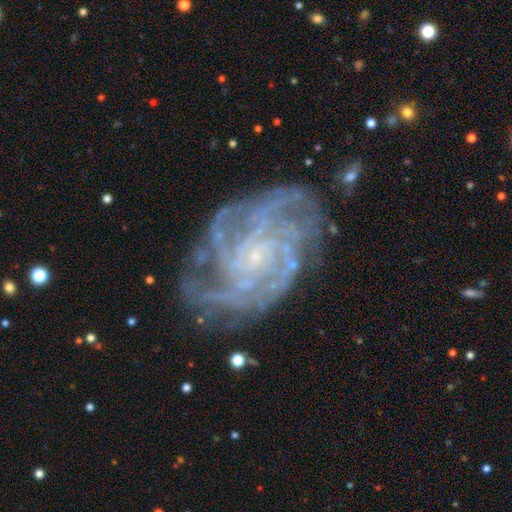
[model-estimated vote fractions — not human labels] smooth_or_featured: featured or disk (p=0.89) [alt: star or artifact p=0.06]
disk_edge_on: no (p=0.98) [alt: yes p=0.02]
bar: no (p=0.68) [alt: weak p=0.25]
has_spiral_arms: yes (p=0.98) [alt: no p=0.02]
spiral_winding: tight (p=0.61) [alt: medium p=0.32]
spiral_arm_count: 4 (p=0.29) [alt: can't tell p=0.20]
bulge_size: small (p=0.83) [alt: none p=0.09]
merging: none (p=0.73) [alt: minor disturbance p=0.18]